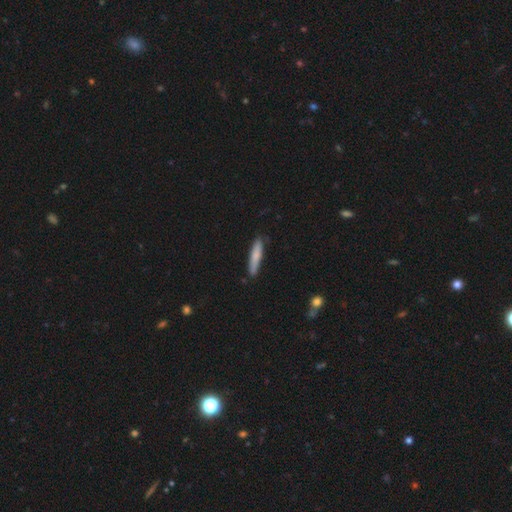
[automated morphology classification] This appears to be a smooth galaxy with no disk features (76%) that is cigar-shaped (90%). Merging: none (82%).